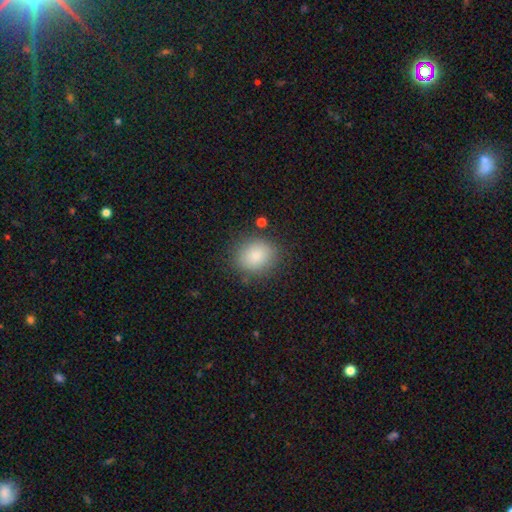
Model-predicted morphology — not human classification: smooth_or_featured: smooth (p=0.85) [alt: star or artifact p=0.09]
how_rounded: round (p=0.64) [alt: in between p=0.35]
merging: none (p=0.81) [alt: minor disturbance p=0.12]